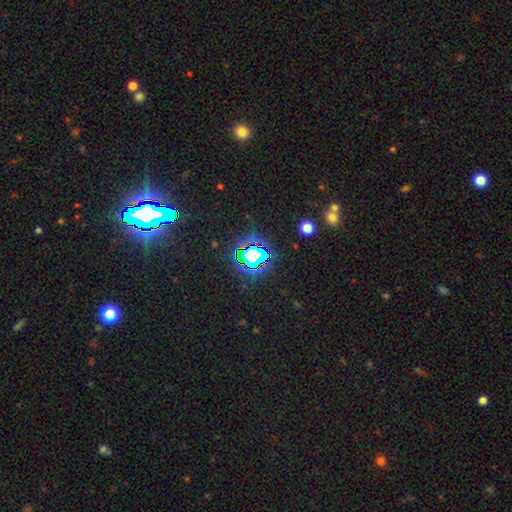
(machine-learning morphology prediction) smooth-or-featured: star or artifact: 81% | smooth: 11% | featured or disk: 7%